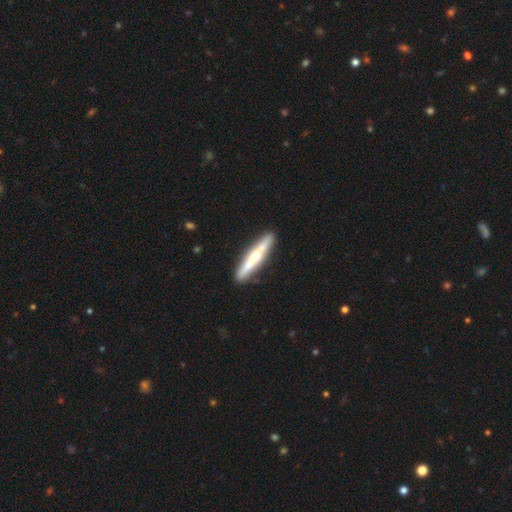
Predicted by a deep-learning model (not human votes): A featured or disk galaxy (57%) viewed edge-on (95%) with a rounded central bulge (76%).

Vote fractions:
- Smooth or featured? featured or disk: 57% / smooth: 38% / star or artifact: 5%
- Edge-on disk? yes: 95% / no: 5%
- Edge-on bulge? rounded: 76% / none: 16% / boxy: 7%
- Merging? none: 90% / minor disturbance: 7% / merger: 2% / major disturbance: 2%